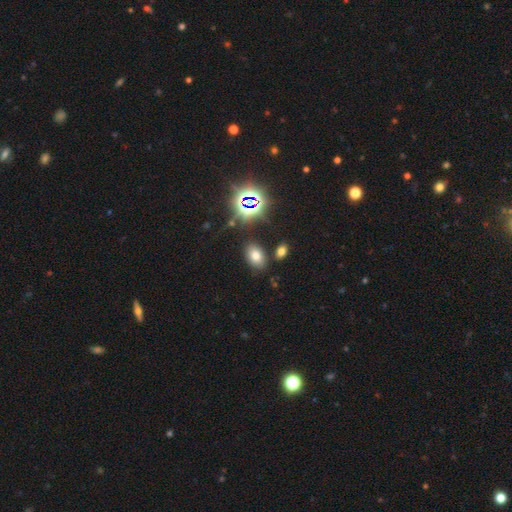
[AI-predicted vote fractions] Smooth or featured? smooth (66%)
How rounded? in between (86%)
Merging? none (83%)